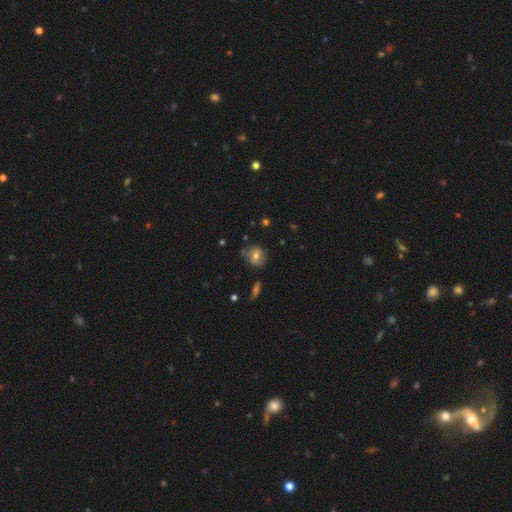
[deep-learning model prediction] Smooth or featured? Predicted: smooth (p=0.63). How rounded? Predicted: round (p=0.68). Merging? Predicted: none (p=0.73).